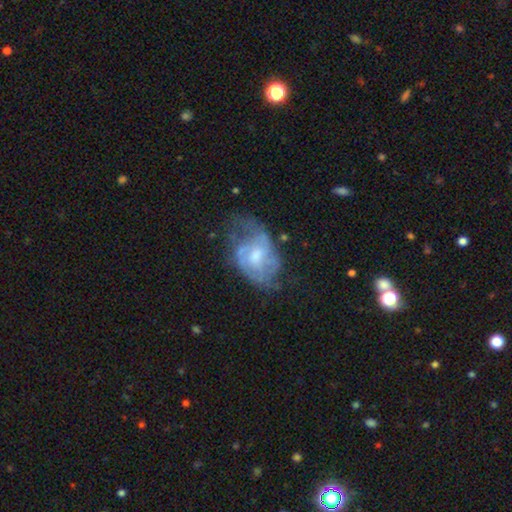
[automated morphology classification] Q: Smooth or featured?
A: featured or disk (66%); runner-up: smooth (26%)
Q: Edge-on disk?
A: no (97%); runner-up: yes (3%)
Q: Bar?
A: no (59%); runner-up: weak (35%)
Q: Spiral arms?
A: yes (62%); runner-up: no (38%)
Q: Bulge size?
A: moderate (51%); runner-up: small (32%)
Q: Merging?
A: none (37%); runner-up: major disturbance (31%)